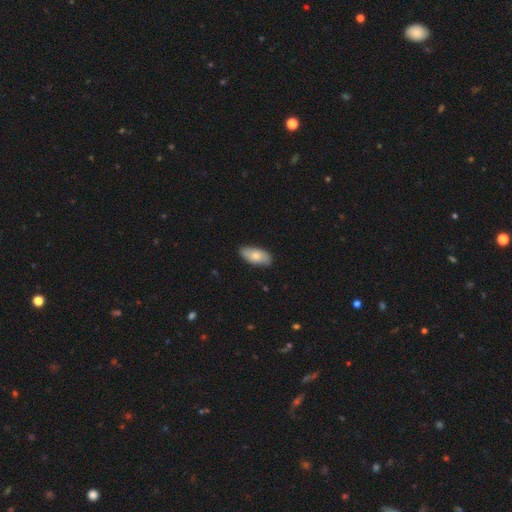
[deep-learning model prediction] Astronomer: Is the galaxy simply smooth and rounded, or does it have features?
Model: smooth — 73%.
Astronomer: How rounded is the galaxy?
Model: in between — 91%.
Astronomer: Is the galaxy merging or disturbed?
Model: none — 84%.